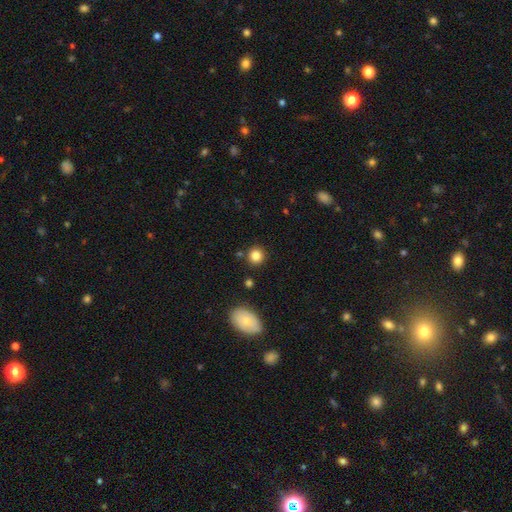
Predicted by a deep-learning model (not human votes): Smooth or featured? smooth (83%)
How rounded? round (89%)
Merging? none (86%)